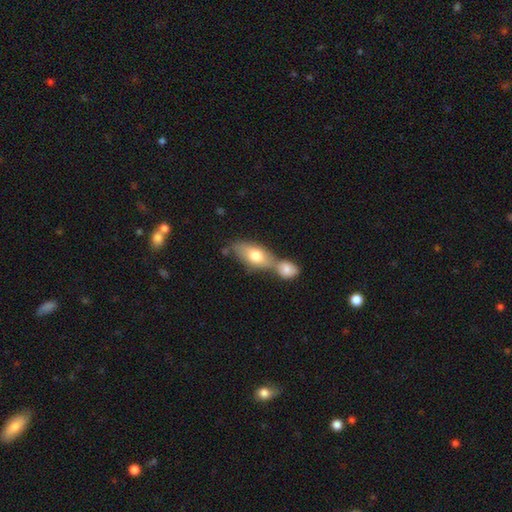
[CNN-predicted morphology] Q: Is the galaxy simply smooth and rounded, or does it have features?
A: smooth — 69%.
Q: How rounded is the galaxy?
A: in between — 84%.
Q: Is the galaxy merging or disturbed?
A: merger — 55%.